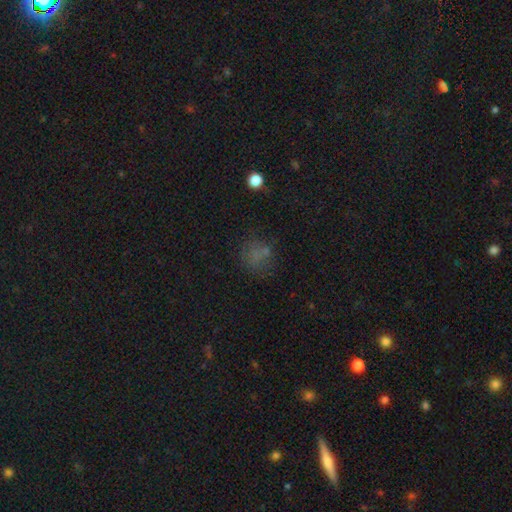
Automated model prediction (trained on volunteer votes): Smooth or featured: smooth — 58% (star or artifact — 28%)
How rounded: round — 77% (in between — 21%)
Merging: none — 65% (minor disturbance — 17%)